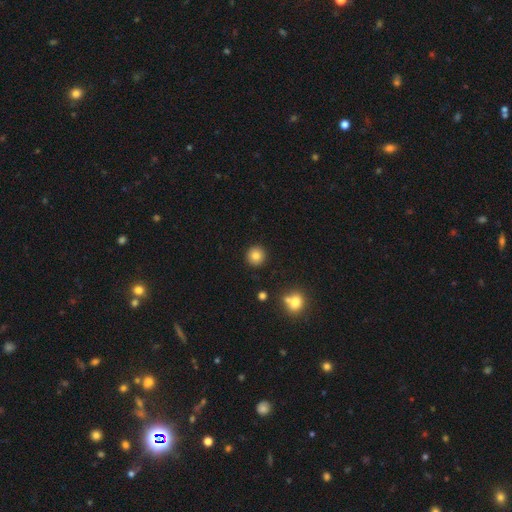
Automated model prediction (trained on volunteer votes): Smooth or featured: smooth — 82% (star or artifact — 11%)
How rounded: round — 94% (in between — 6%)
Merging: none — 91% (minor disturbance — 5%)